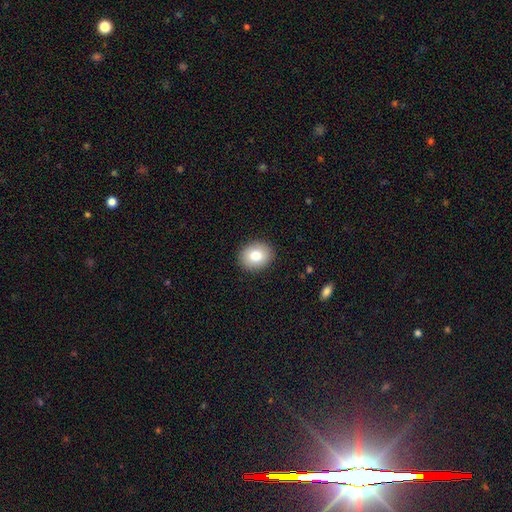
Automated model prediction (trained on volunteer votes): Smooth or featured? smooth (81%)
How rounded? round (62%)
Merging? none (90%)